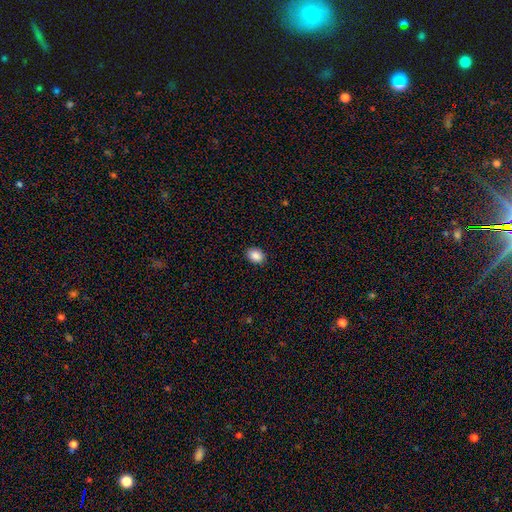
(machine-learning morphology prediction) This appears to be a smooth galaxy with no disk features (88%) that is in between round and cigar-shaped (60%). Merging: none (91%).